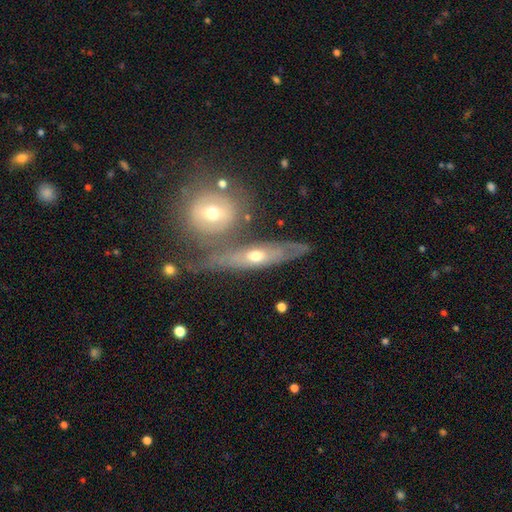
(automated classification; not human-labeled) Smooth or featured: featured or disk — 58% (smooth — 34%)
Edge-on disk: no — 56% (yes — 44%)
Merging: none — 50% (merger — 27%)